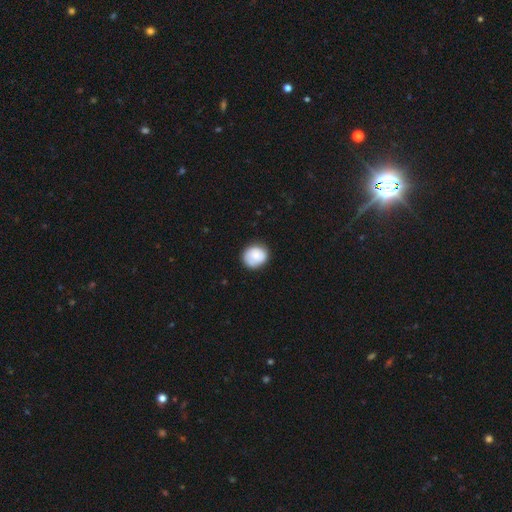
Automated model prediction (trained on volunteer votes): Morphology: type=smooth (83%); roundness=round (76%); merging=none (79%).